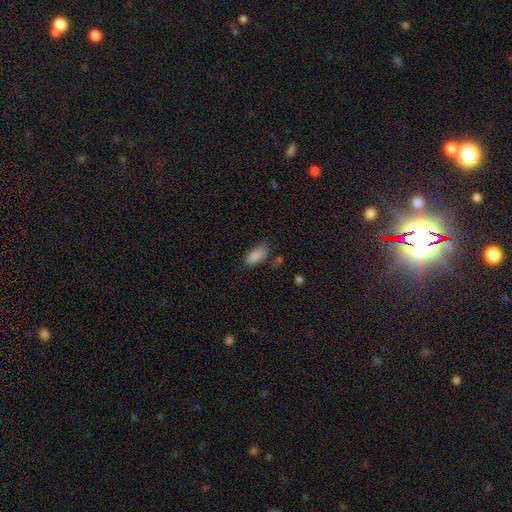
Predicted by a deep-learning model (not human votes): Smooth or featured: smooth — 86% (star or artifact — 8%)
How rounded: in between — 88% (cigar-shaped — 9%)
Merging: none — 68% (minor disturbance — 22%)